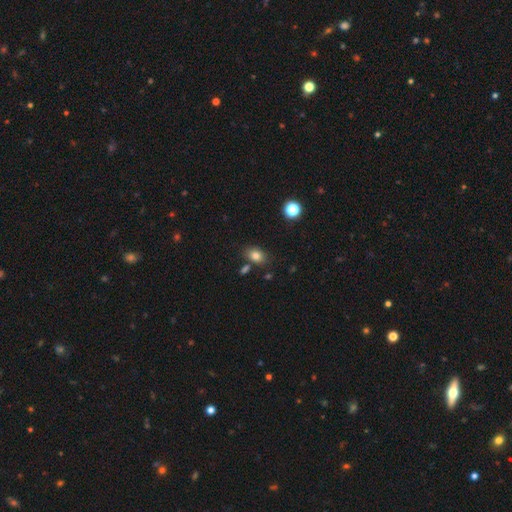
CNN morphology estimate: type=smooth (82%); roundness=in between (76%); merging=none (75%).